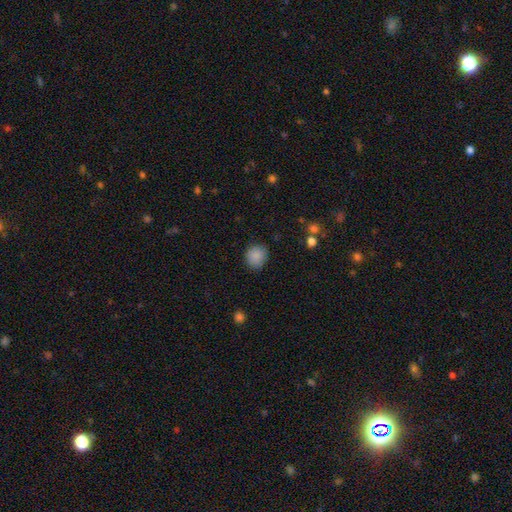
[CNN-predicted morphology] This is clearly a smooth galaxy (87%). How rounded: clearly round (81%). Merging: clearly none (84%).